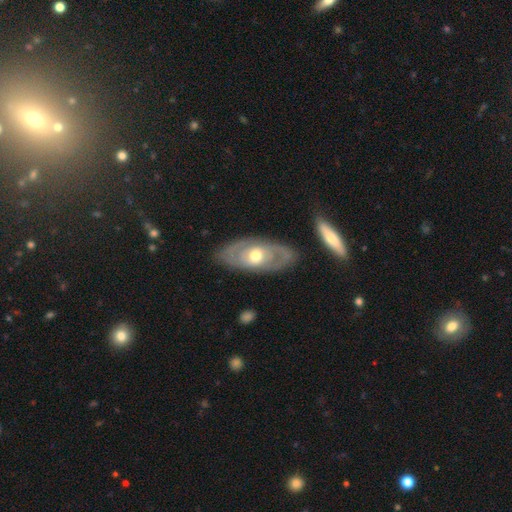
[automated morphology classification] Smooth or featured? Predicted: featured or disk (p=0.70). Edge-on disk? Predicted: no (p=0.87). Bar? Predicted: no (p=0.78). Spiral arms? Predicted: no (p=0.53). Bulge size? Predicted: moderate (p=0.73). Merging? Predicted: none (p=0.82).